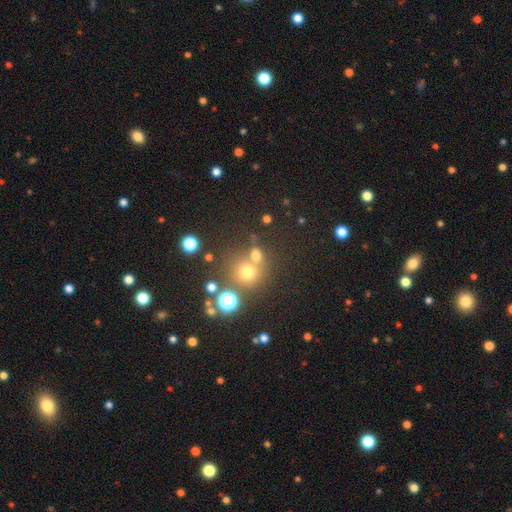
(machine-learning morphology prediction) smooth_or_featured: smooth (p=0.66) [alt: star or artifact p=0.24]
how_rounded: round (p=0.84) [alt: in between p=0.15]
merging: none (p=0.59) [alt: merger p=0.28]